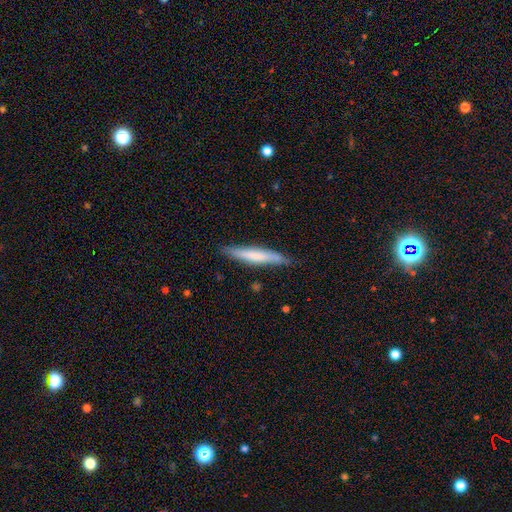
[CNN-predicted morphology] This is likely a smooth galaxy (63%). How rounded: clearly cigar-shaped (93%). Merging: clearly none (82%).